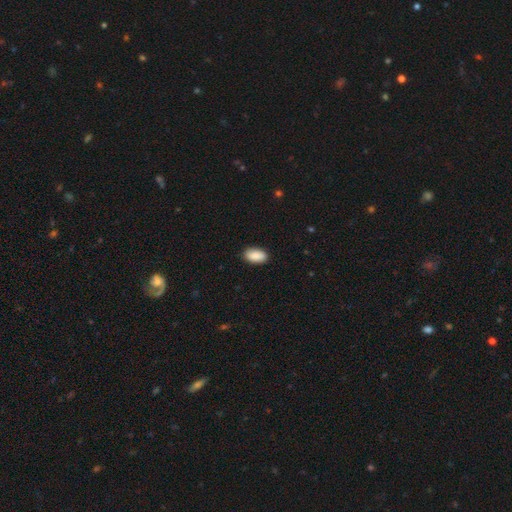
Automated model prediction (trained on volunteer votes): Morphology: type=smooth (91%); roundness=in between (94%); merging=none (89%).